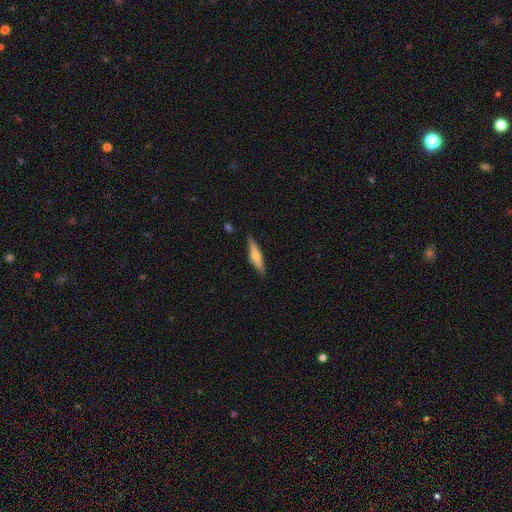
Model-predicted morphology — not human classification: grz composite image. It shows a featured or disk galaxy (52%) viewed edge-on (93%). Merging: none (87%).